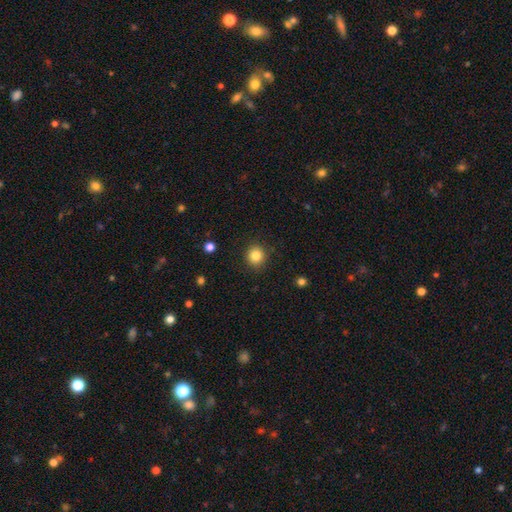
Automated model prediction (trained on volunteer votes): Smooth or featured: smooth — 84% (star or artifact — 11%)
How rounded: round — 90% (in between — 9%)
Merging: none — 90% (minor disturbance — 6%)